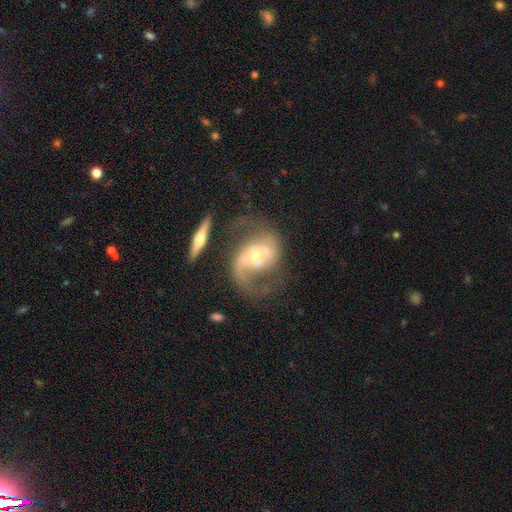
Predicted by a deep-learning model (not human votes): smooth-or-featured: featured or disk: 82% | smooth: 11% | star or artifact: 7%
  disk-edge-on: no: 95% | yes: 5%
    bar: weak: 40% | no: 33% | strong: 27%
    has-spiral-arms: yes: 87% | no: 13%
      spiral-winding: loose: 49% | medium: 40% | tight: 11%
      spiral-arm-count: 2: 73% | 1: 14% | can't tell: 9% | 3: 2% | 4: 1% | more than 4: 1%
    bulge-size: moderate: 55% | small: 36% | large: 6% | none: 2% | dominant: 1%
  merging: none: 34% | major disturbance: 27% | merger: 23% | minor disturbance: 15%